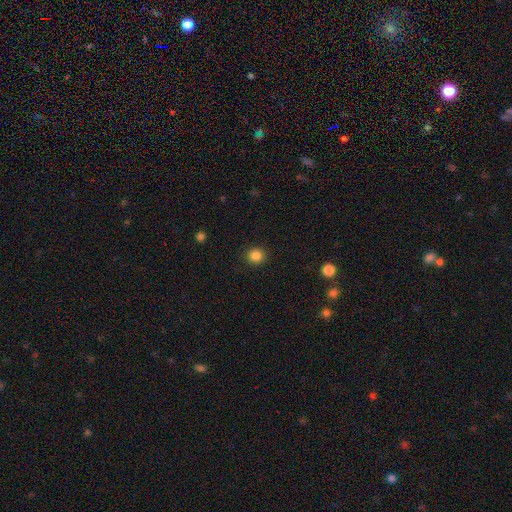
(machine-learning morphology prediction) smooth-or-featured: smooth: 85% | star or artifact: 12% | featured or disk: 4%
  how-rounded: round: 92% | in between: 7% | cigar-shaped: 1%
  merging: none: 92% | minor disturbance: 5% | major disturbance: 2% | merger: 1%